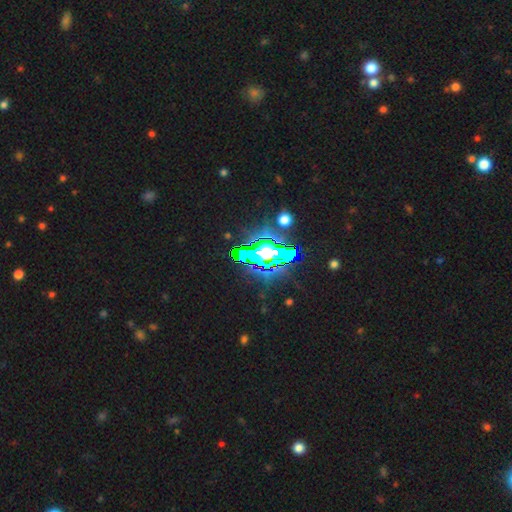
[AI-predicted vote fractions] Smooth or featured? star or artifact (67%)